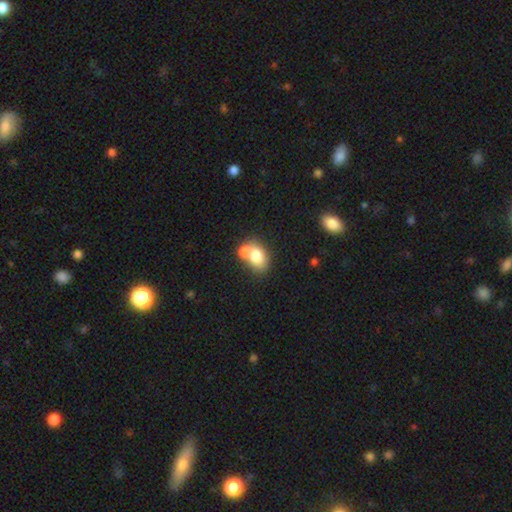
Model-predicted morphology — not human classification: This is likely a smooth galaxy (75%). How rounded: likely in between (70%). Merging: possibly merger (53%).